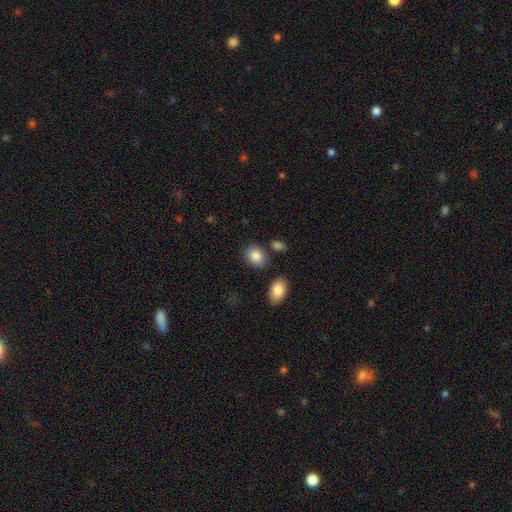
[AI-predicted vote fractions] Overall: smooth (86%). How rounded: in between (57%; round 41%). Merging: none (78%).